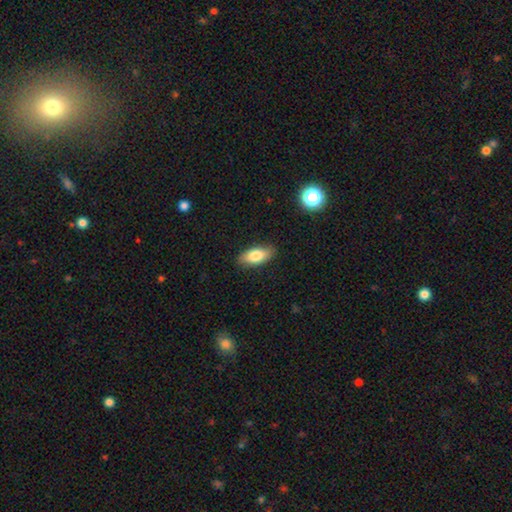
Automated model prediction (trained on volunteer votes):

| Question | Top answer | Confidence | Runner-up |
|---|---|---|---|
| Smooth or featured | smooth | 80% | featured or disk (13%) |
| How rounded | in between | 86% | cigar-shaped (11%) |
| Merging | none | 87% | minor disturbance (10%) |